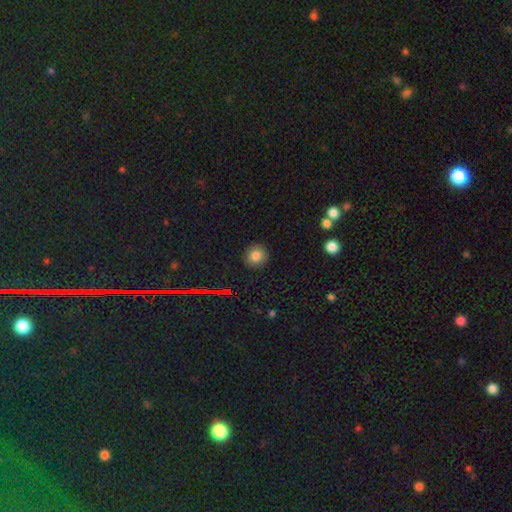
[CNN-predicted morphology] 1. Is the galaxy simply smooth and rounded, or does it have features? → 80% smooth, 11% star or artifact, 9% featured or disk.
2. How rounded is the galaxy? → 88% round, 11% in between, 1% cigar-shaped.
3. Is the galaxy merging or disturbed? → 89% none, 8% minor disturbance, 2% major disturbance, 1% merger.